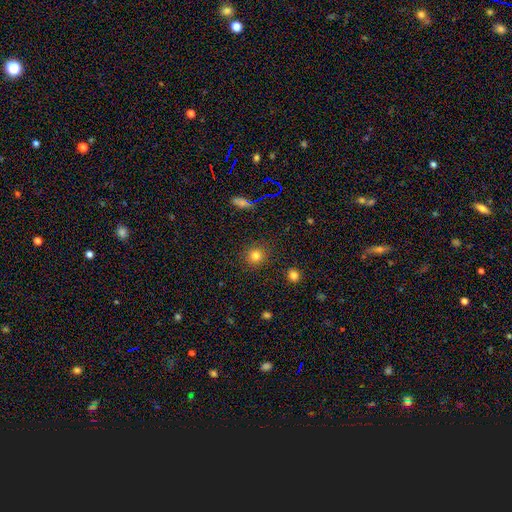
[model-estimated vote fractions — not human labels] smooth 79%, star or artifact 15%, featured or disk 6%. Down the decision tree: how rounded — round (90%); merging — none (89%).